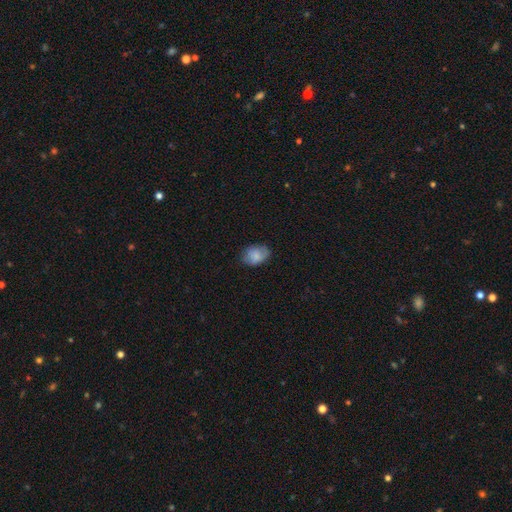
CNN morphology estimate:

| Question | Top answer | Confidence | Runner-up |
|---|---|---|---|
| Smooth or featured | smooth | 82% | featured or disk (10%) |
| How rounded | in between | 78% | round (21%) |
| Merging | none | 75% | minor disturbance (20%) |